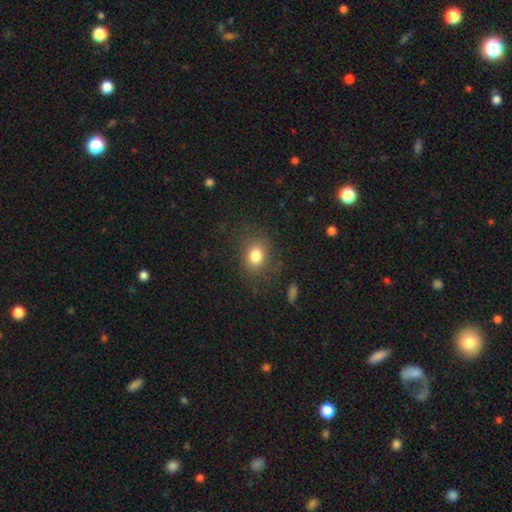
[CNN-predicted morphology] smooth 80%, star or artifact 11%, featured or disk 8%. Down the decision tree: how rounded — in between (50%); merging — none (80%).